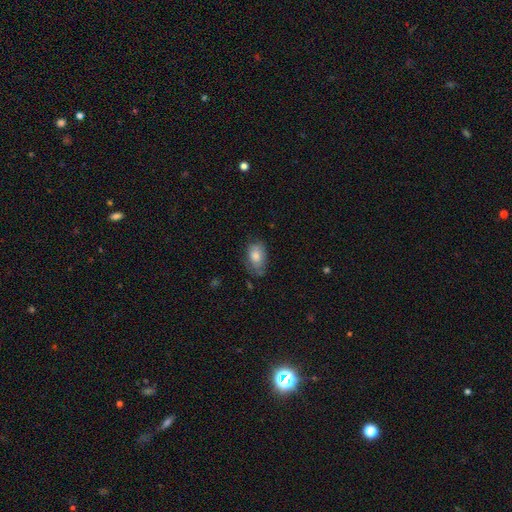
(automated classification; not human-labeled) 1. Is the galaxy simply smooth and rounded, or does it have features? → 73% smooth, 19% featured or disk, 8% star or artifact.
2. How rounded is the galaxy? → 86% in between, 12% round, 2% cigar-shaped.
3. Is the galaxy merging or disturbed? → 65% none, 26% minor disturbance, 7% major disturbance, 2% merger.